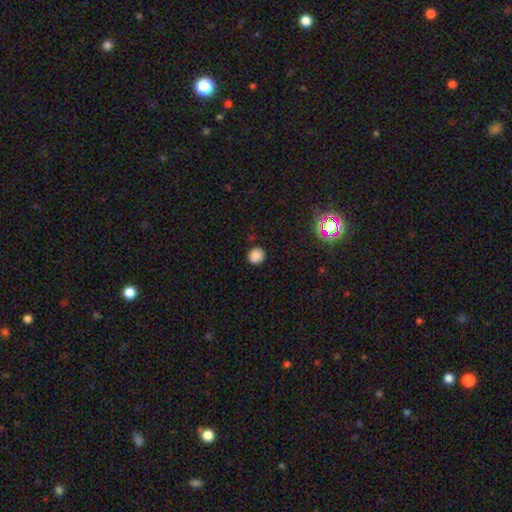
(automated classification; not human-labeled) smooth-or-featured: smooth: 84% | star or artifact: 12% | featured or disk: 3%
  how-rounded: round: 83% | in between: 16% | cigar-shaped: 1%
  merging: none: 88% | minor disturbance: 8% | major disturbance: 2% | merger: 1%